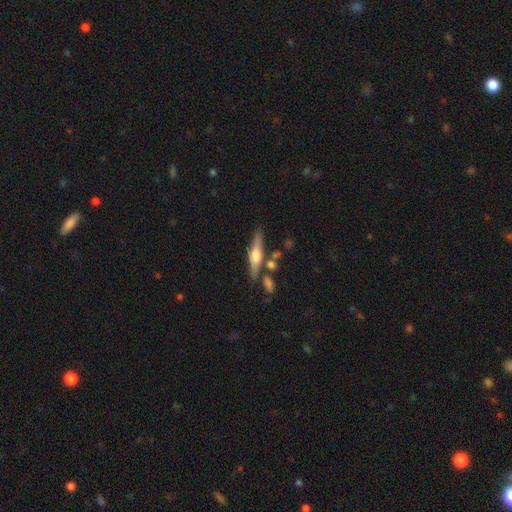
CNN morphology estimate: The model was most divided on "smooth or featured": featured or disk: 64%, smooth: 30%, star or artifact: 6%. More confident: edge-on disk — yes (95%); edge-on bulge — rounded (91%); merging — none (75%).